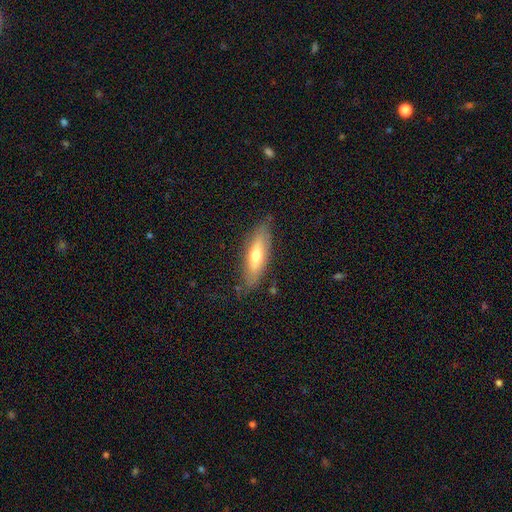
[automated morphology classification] This is possibly a smooth galaxy (57%). How rounded: possibly cigar-shaped (53%). Merging: clearly none (80%).